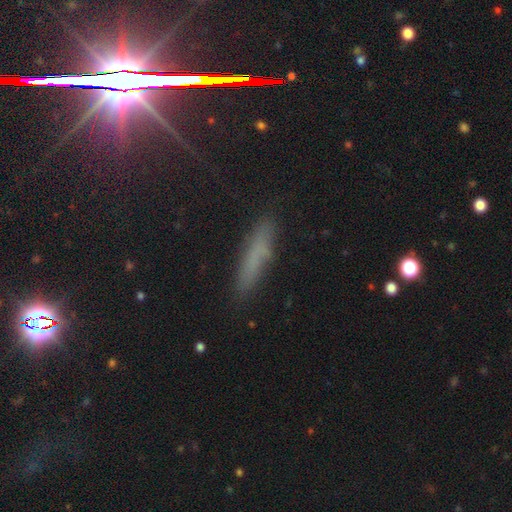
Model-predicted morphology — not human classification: Smooth or featured? Predicted: smooth (p=0.53). How rounded? Predicted: cigar-shaped (p=0.88). Merging? Predicted: none (p=0.84).